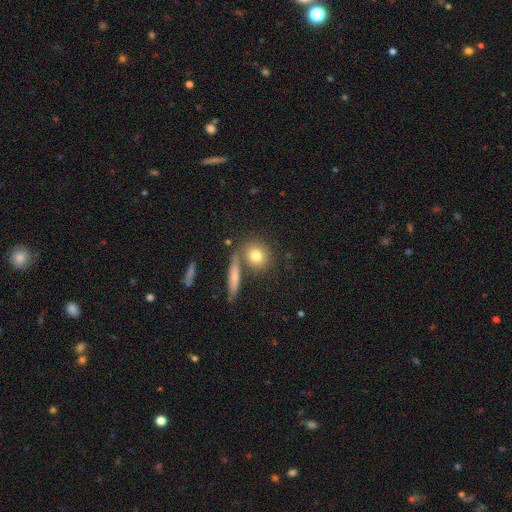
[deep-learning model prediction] This appears to be a smooth galaxy with no disk features (77%) that is round (75%). Merging: none (67%).